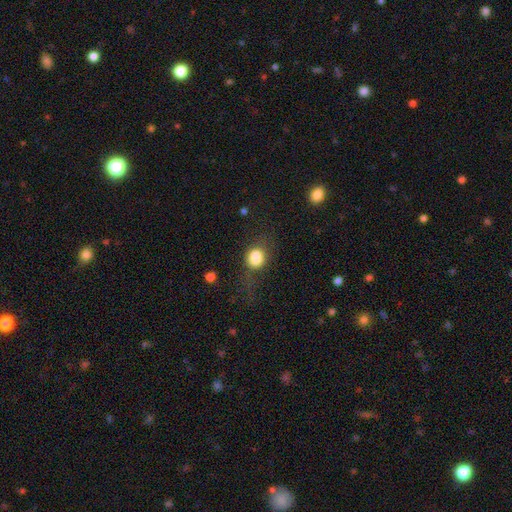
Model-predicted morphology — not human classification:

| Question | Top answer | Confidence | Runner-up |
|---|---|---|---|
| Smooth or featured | smooth | 80% | star or artifact (10%) |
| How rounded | round | 60% | in between (39%) |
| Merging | none | 50% | minor disturbance (25%) |